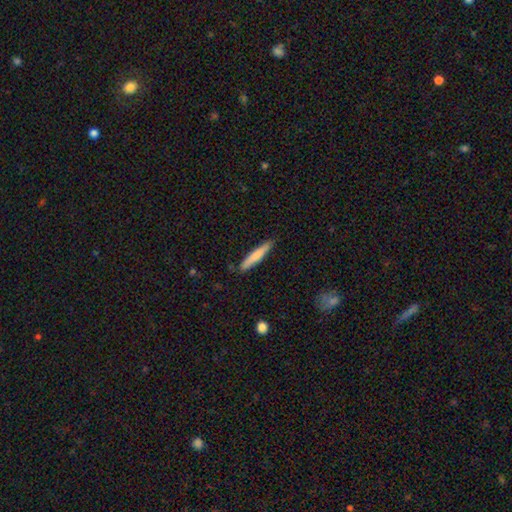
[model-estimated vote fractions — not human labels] Smooth or featured: smooth — 73% (featured or disk — 22%)
How rounded: cigar-shaped — 92% (in between — 6%)
Merging: none — 86% (minor disturbance — 10%)